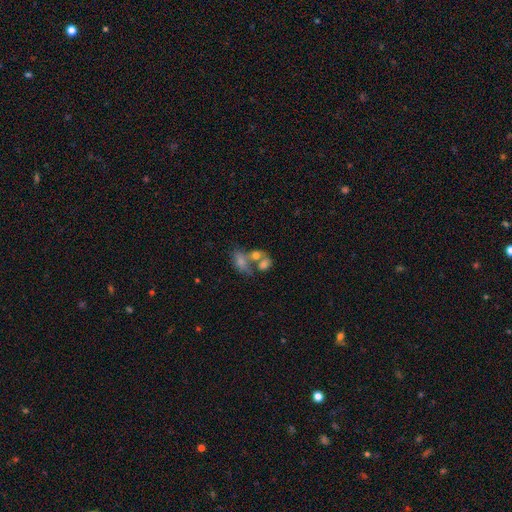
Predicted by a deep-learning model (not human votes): smooth 45%, featured or disk 34%, star or artifact 21%. Down the decision tree: merging — merger (55%).